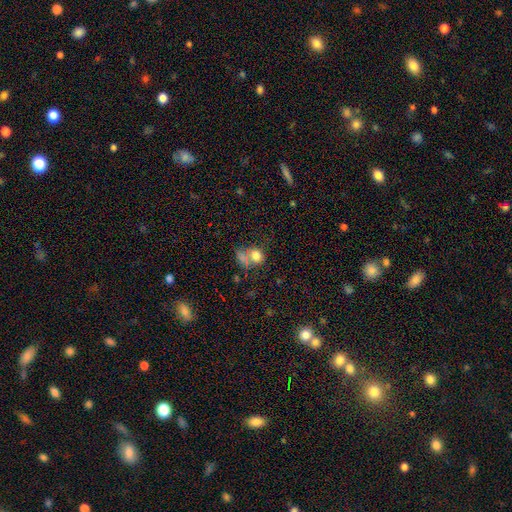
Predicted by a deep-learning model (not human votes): smooth-or-featured: smooth: 75% | star or artifact: 13% | featured or disk: 12%
  how-rounded: round: 53% | in between: 45% | cigar-shaped: 2%
  merging: merger: 43% | none: 33% | minor disturbance: 12% | major disturbance: 11%